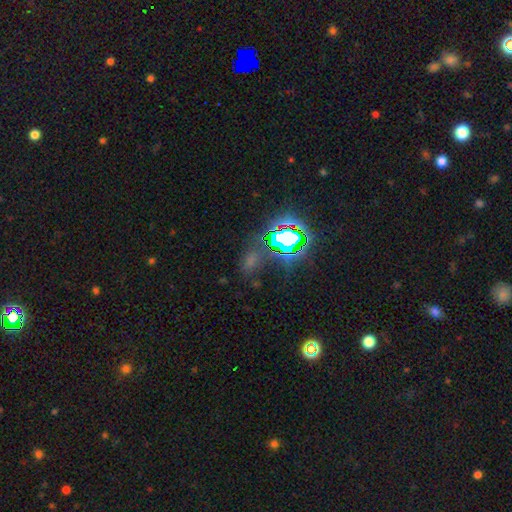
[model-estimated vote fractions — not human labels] smooth-or-featured: star or artifact: 76% | smooth: 15% | featured or disk: 9%